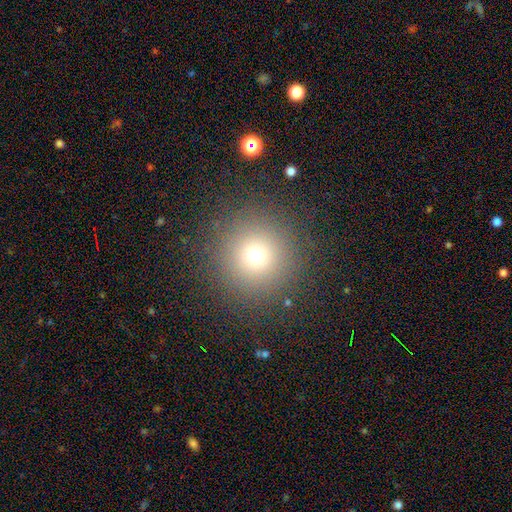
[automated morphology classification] A smooth galaxy with no disk features (70%) that is round (96%). Merging: none (89%).